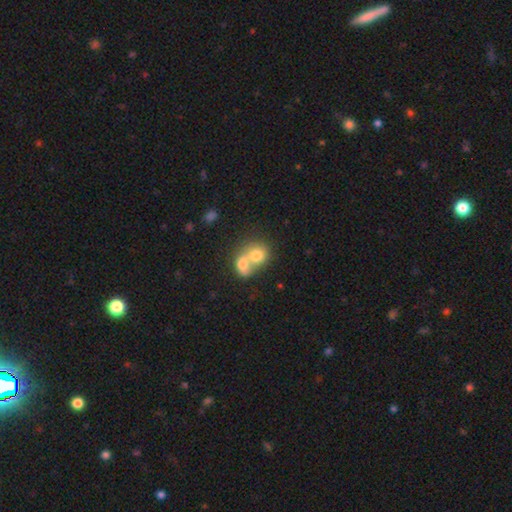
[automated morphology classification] This is likely a smooth galaxy (71%). How rounded: possibly round (59%). Merging: likely merger (78%).